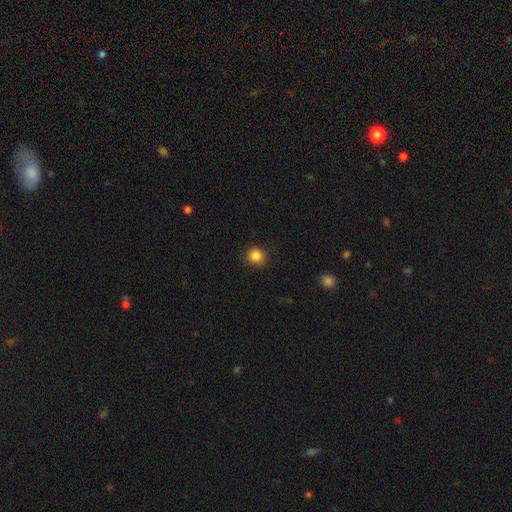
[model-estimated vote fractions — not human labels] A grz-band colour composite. It shows a smooth galaxy with no disk features (85%) that is round (91%). Merging: none (90%).